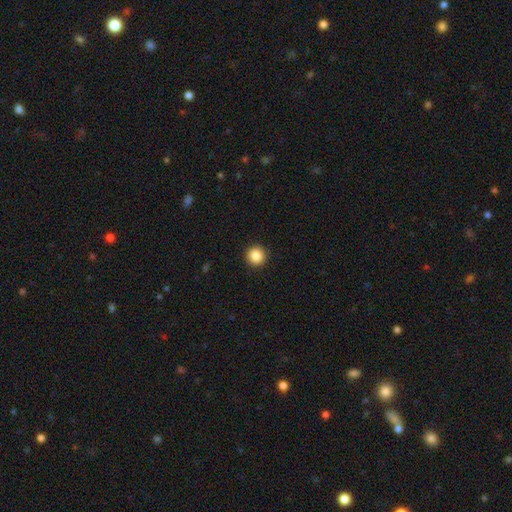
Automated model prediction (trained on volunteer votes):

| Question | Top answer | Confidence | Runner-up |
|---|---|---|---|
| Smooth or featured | smooth | 87% | star or artifact (9%) |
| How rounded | round | 96% | in between (3%) |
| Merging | none | 93% | minor disturbance (4%) |